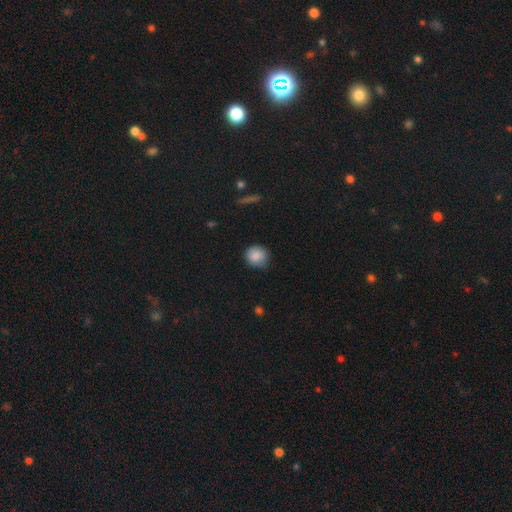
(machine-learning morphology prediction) smooth_or_featured: smooth (p=0.87) [alt: star or artifact p=0.08]
how_rounded: round (p=0.86) [alt: in between p=0.13]
merging: none (p=0.75) [alt: minor disturbance p=0.20]